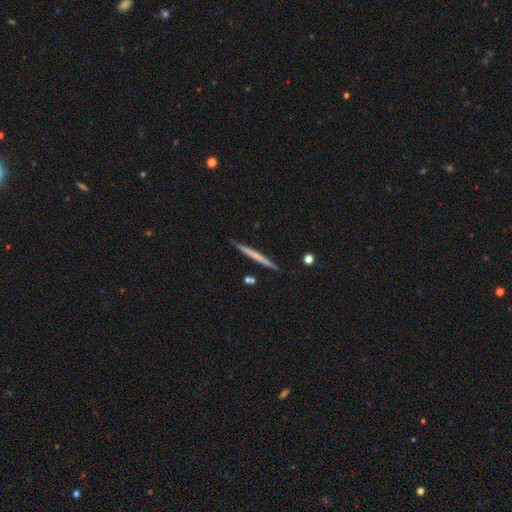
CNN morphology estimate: This appears to be a smooth galaxy with no disk features (50%) that is cigar-shaped (97%). Merging: none (90%).